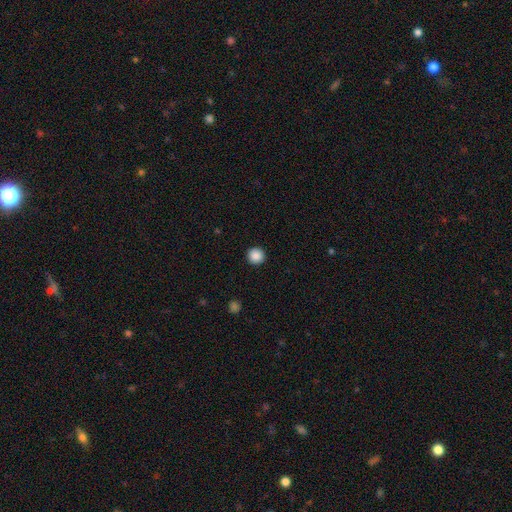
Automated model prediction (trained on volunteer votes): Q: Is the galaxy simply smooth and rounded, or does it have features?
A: smooth — 88%.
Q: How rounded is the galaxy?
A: round — 96%.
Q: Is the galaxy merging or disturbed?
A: none — 93%.